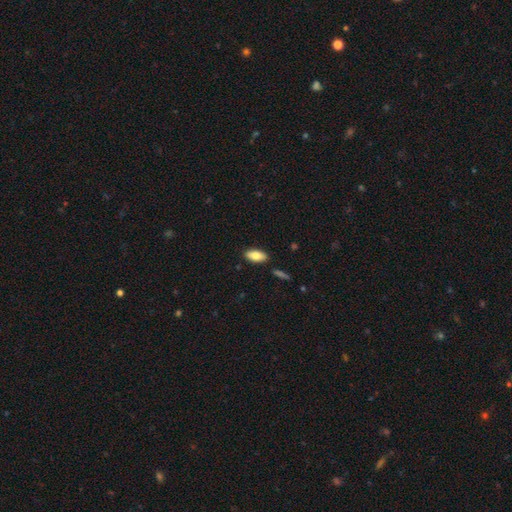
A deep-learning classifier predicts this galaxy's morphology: type=smooth (79%); roundness=in between (90%); merging=none (87%).